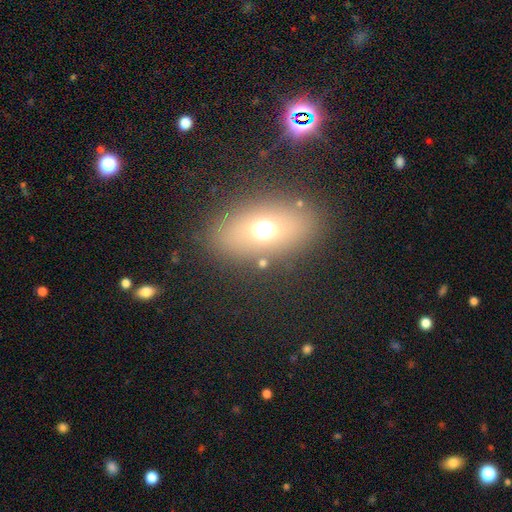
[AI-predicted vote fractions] smooth 51%, featured or disk 30%, star or artifact 19%. Down the decision tree: how rounded — in between (78%); merging — none (82%).